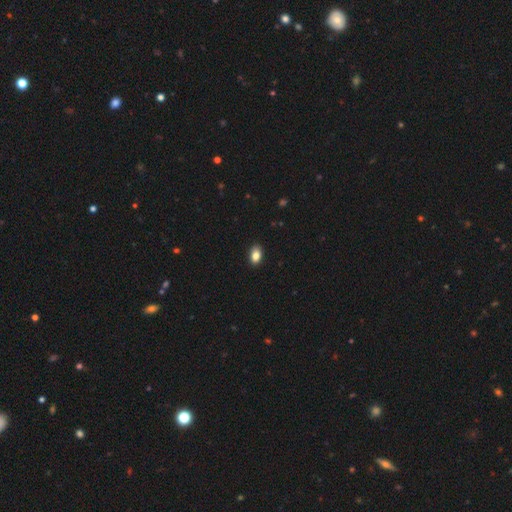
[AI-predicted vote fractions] smooth 86%, star or artifact 9%, featured or disk 6%. Down the decision tree: how rounded — in between (86%); merging — none (89%).